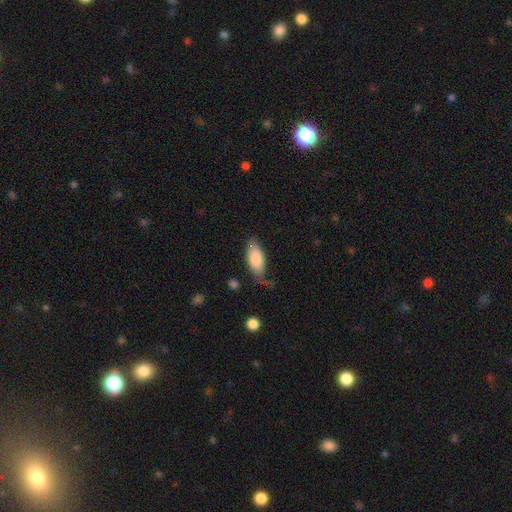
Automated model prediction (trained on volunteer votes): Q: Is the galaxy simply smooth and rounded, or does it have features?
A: smooth — 80%.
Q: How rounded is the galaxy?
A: in between — 85%.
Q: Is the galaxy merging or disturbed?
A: none — 56%.